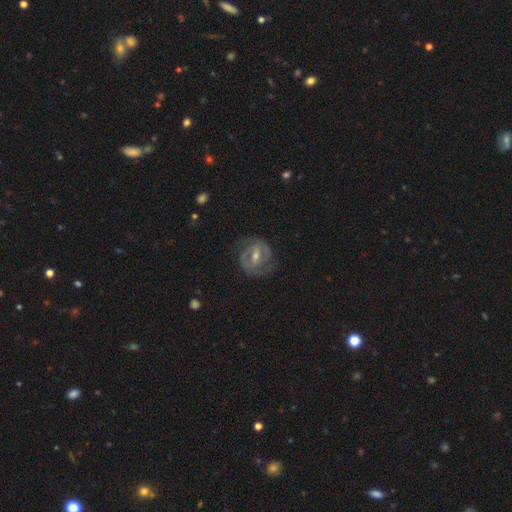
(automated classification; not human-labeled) This appears to be a featured or disk galaxy (77%) with a weak bar (43%), 2 (71%) tight (50%) spiral arms (82%) and a moderate central bulge (58%). Merging: none (76%).